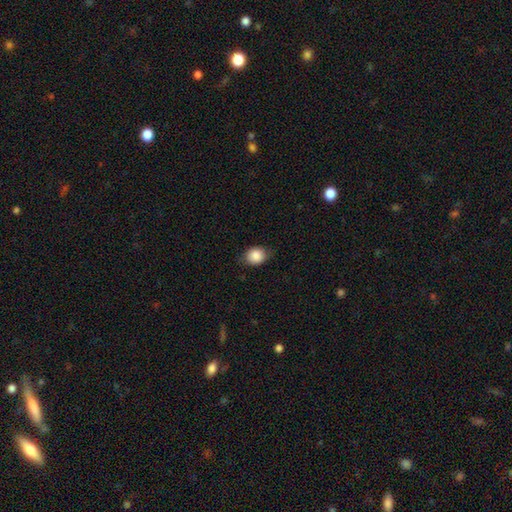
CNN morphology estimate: Smooth or featured?
  - smooth: 87% *
  - star or artifact: 8%
  - featured or disk: 5%
How rounded?
  - round: 57% *
  - in between: 42%
  - cigar-shaped: 1%
Merging?
  - none: 80% *
  - minor disturbance: 16%
  - major disturbance: 3%
  - merger: 1%